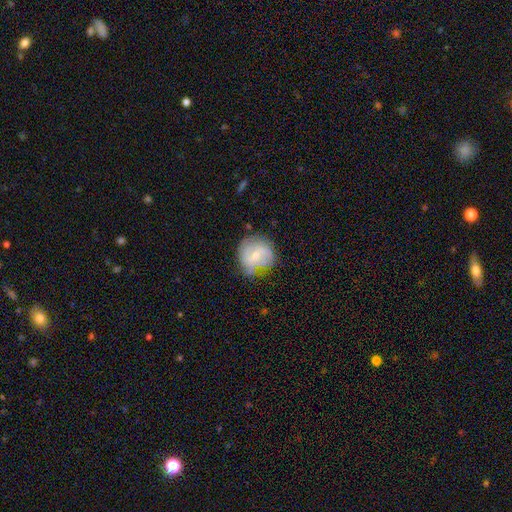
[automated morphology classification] Q: Smooth or featured?
A: featured or disk (54%); runner-up: smooth (39%)
Q: Edge-on disk?
A: no (97%); runner-up: yes (3%)
Q: Bar?
A: weak (54%); runner-up: no (32%)
Q: Spiral arms?
A: yes (72%); runner-up: no (28%)
Q: Bulge size?
A: small (54%); runner-up: moderate (40%)
Q: Merging?
A: none (64%); runner-up: minor disturbance (25%)